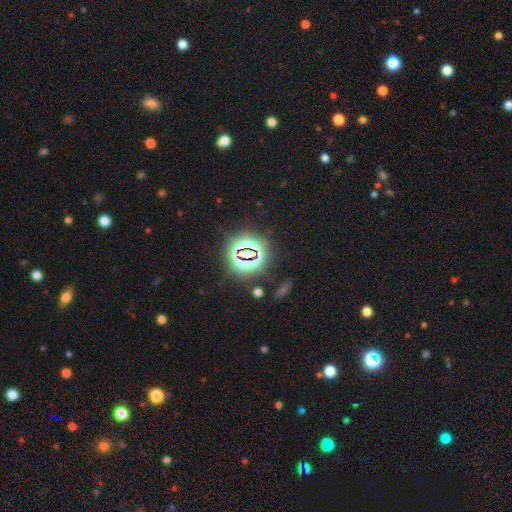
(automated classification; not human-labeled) Smooth or featured: star or artifact — 79% (smooth — 12%)